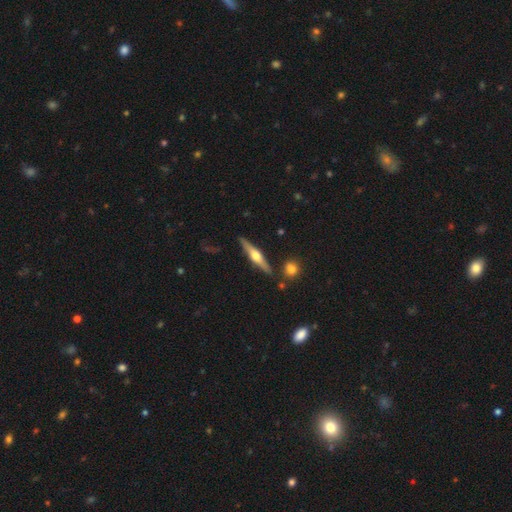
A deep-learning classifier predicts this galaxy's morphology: Smooth or featured?
  - featured or disk: 69% *
  - smooth: 26%
  - star or artifact: 6%
Edge-on disk?
  - yes: 97% *
  - no: 3%
Edge-on bulge?
  - rounded: 93% *
  - boxy: 4%
  - none: 3%
Merging?
  - none: 85% *
  - minor disturbance: 9%
  - merger: 4%
  - major disturbance: 2%